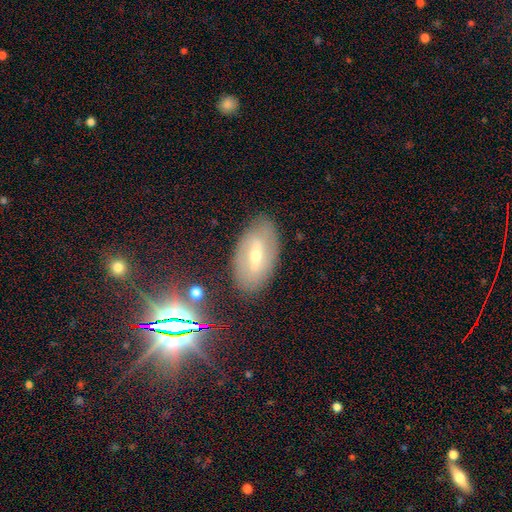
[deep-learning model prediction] The model was most divided on "spiral arms": no: 52%, yes: 48%. Remaining: edge-on disk — no (85%); merging — none (83%); smooth or featured — featured or disk (59%); bar — strong (50%); bulge size — small (49%).